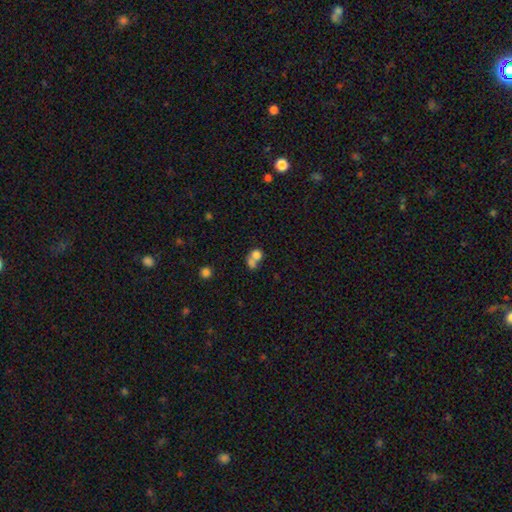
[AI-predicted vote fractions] The model was most divided on "how rounded": round: 63%, in between: 35%, cigar-shaped: 1%. More confident: smooth or featured — smooth (73%); merging — merger (63%).